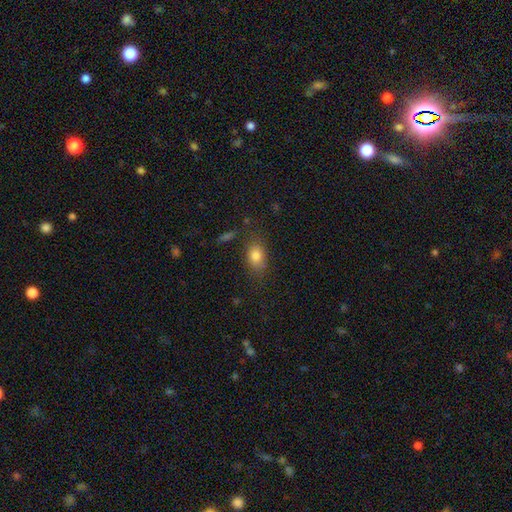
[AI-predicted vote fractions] Q: Smooth or featured?
A: smooth (81%); runner-up: star or artifact (10%)
Q: How rounded?
A: in between (75%); runner-up: round (22%)
Q: Merging?
A: none (74%); runner-up: minor disturbance (17%)